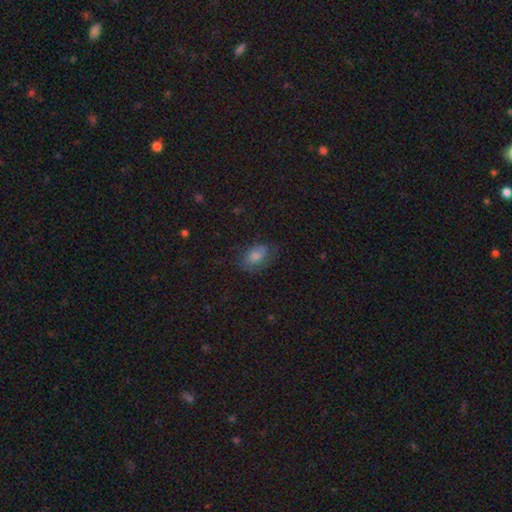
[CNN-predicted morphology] Smooth or featured?
  - smooth: 58% *
  - featured or disk: 26%
  - star or artifact: 16%
How rounded?
  - in between: 81% *
  - round: 16%
  - cigar-shaped: 2%
Merging?
  - none: 63% *
  - minor disturbance: 24%
  - major disturbance: 11%
  - merger: 2%